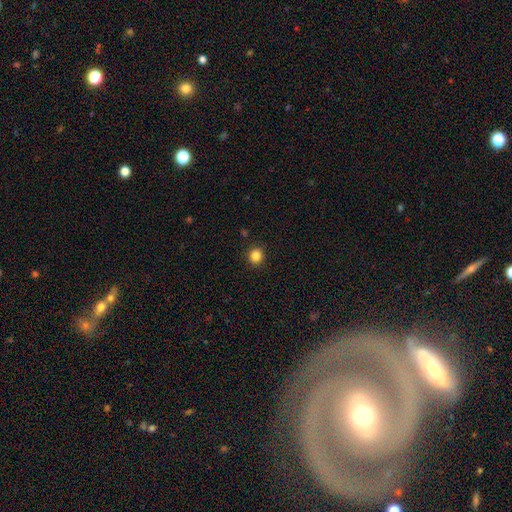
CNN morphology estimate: Smooth or featured? smooth (85%)
How rounded? round (90%)
Merging? none (91%)